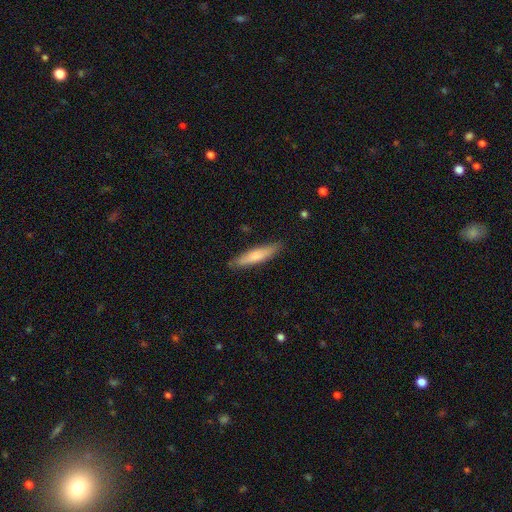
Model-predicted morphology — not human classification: type=smooth (72%); roundness=cigar-shaped (84%); merging=none (85%).